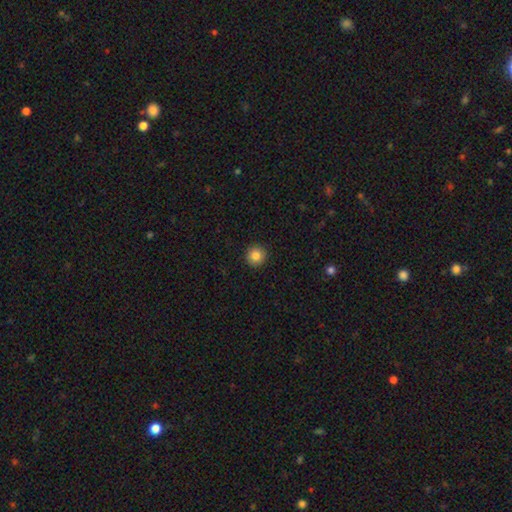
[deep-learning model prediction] A smooth galaxy with no disk features (85%) that is round (95%).

Vote fractions:
- Smooth or featured? smooth: 85% / star or artifact: 10% / featured or disk: 5%
- How rounded? round: 95% / in between: 4% / cigar-shaped: 1%
- Merging? none: 93% / minor disturbance: 4% / major disturbance: 1% / merger: 1%